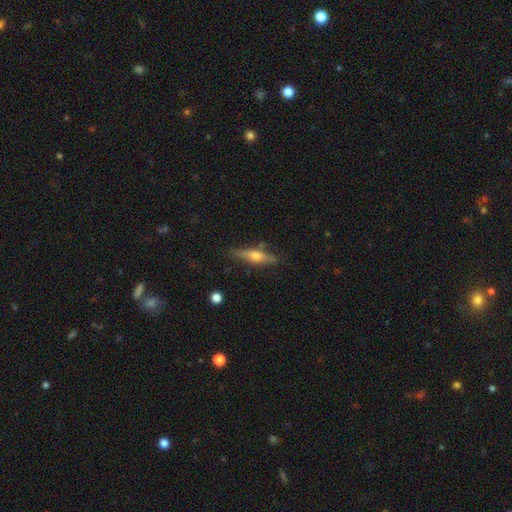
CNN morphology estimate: A featured or disk galaxy (59%) viewed edge-on (93%) with a rounded central bulge (90%).

Vote fractions:
- Smooth or featured? featured or disk: 59% / smooth: 33% / star or artifact: 7%
- Edge-on disk? yes: 93% / no: 7%
- Edge-on bulge? rounded: 90% / boxy: 6% / none: 4%
- Merging? none: 80% / minor disturbance: 14% / major disturbance: 3% / merger: 3%